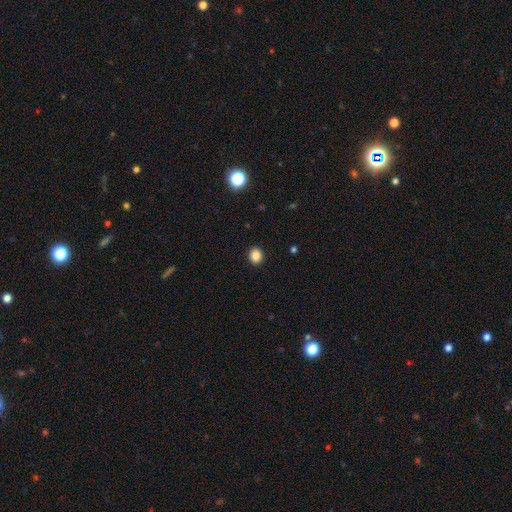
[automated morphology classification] type=smooth (87%); roundness=in between (51%); merging=none (90%).